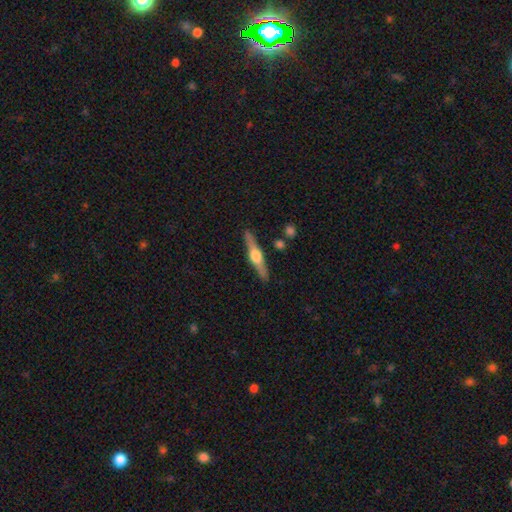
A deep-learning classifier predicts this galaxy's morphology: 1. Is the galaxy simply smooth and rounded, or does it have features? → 72% featured or disk, 23% smooth, 5% star or artifact.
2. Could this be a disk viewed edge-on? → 97% yes, 3% no.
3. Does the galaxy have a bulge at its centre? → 93% rounded, 4% boxy, 2% none.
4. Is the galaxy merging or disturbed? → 88% none, 8% minor disturbance, 2% merger, 2% major disturbance.